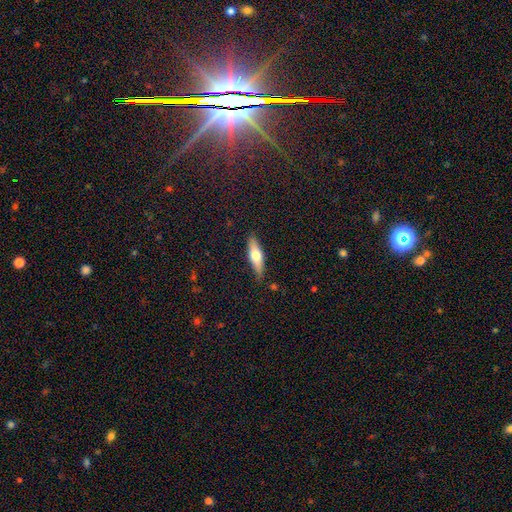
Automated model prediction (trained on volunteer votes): Morphology: type=smooth (54%); roundness=cigar-shaped (56%); merging=none (84%).